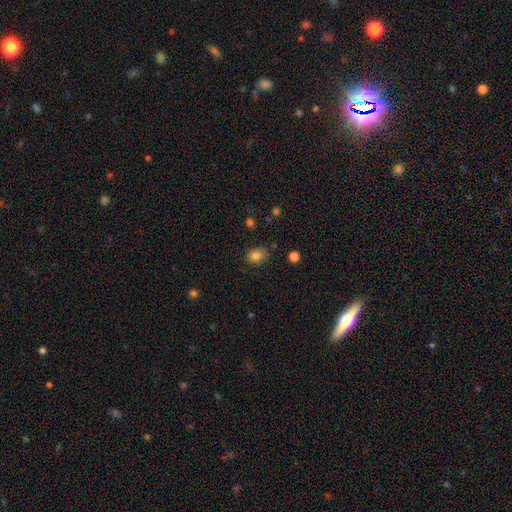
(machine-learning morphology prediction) A smooth galaxy with no disk features (83%) that is in between round and cigar-shaped (60%). Merging: none (79%).